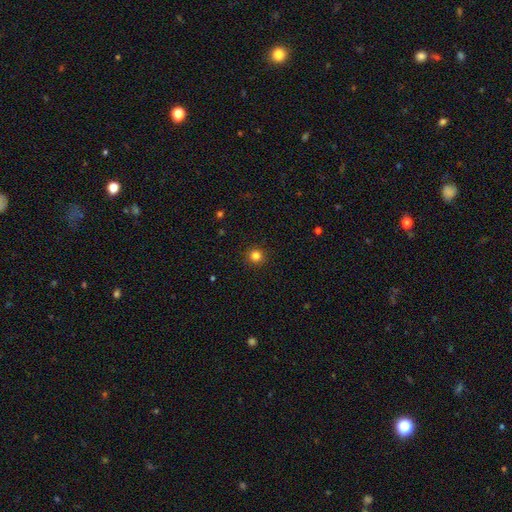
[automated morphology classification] Smooth or featured?
  - smooth: 82% *
  - star or artifact: 13%
  - featured or disk: 5%
How rounded?
  - round: 95% *
  - in between: 4%
  - cigar-shaped: 1%
Merging?
  - none: 92% *
  - minor disturbance: 5%
  - major disturbance: 2%
  - merger: 1%